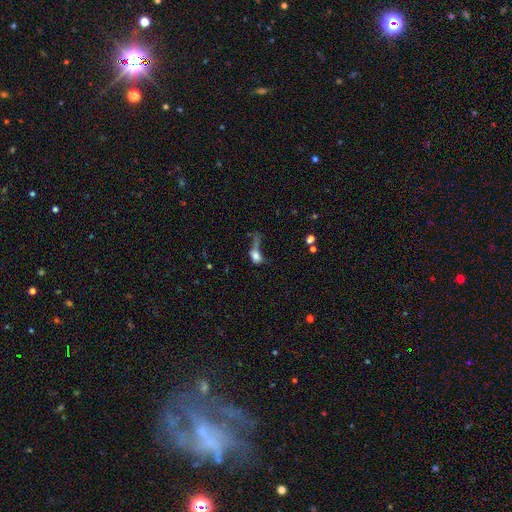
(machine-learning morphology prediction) A smooth galaxy with no disk features (67%) that is in between round and cigar-shaped (65%).

Vote fractions:
- Smooth or featured? smooth: 67% / featured or disk: 20% / star or artifact: 14%
- How rounded? in between: 65% / round: 28% / cigar-shaped: 6%
- Merging? major disturbance: 47% / merger: 20% / none: 18% / minor disturbance: 15%